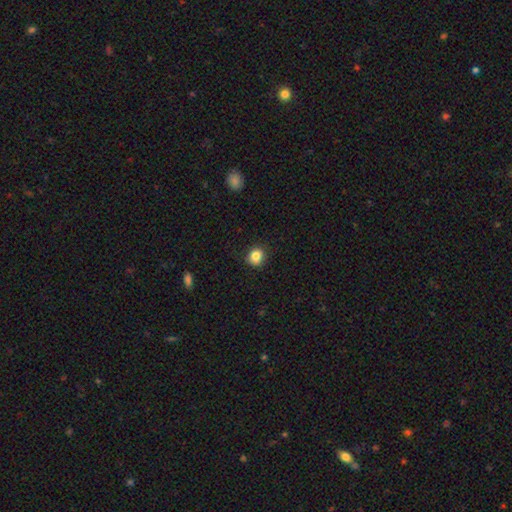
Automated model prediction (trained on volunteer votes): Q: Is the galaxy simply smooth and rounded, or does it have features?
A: smooth — 84%.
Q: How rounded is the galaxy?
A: round — 79%.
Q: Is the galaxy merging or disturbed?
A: none — 85%.